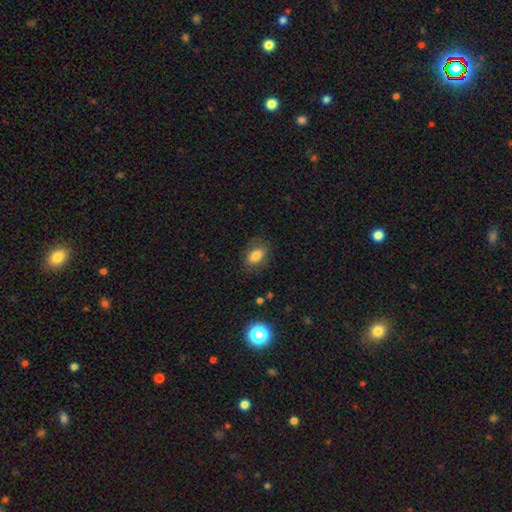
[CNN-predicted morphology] A smooth galaxy with no disk features (79%) that is in between round and cigar-shaped (85%).

Vote fractions:
- Smooth or featured? smooth: 79% / featured or disk: 11% / star or artifact: 10%
- How rounded? in between: 85% / round: 13% / cigar-shaped: 2%
- Merging? none: 78% / minor disturbance: 15% / major disturbance: 6% / merger: 1%